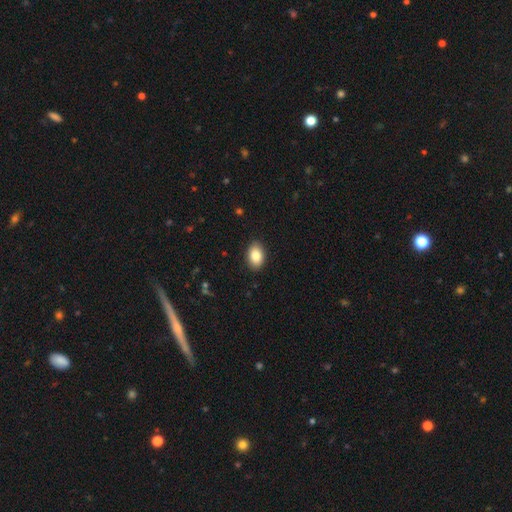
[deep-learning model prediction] smooth-or-featured: smooth: 86% | star or artifact: 7% | featured or disk: 7%
  how-rounded: in between: 87% | round: 11% | cigar-shaped: 1%
  merging: none: 89% | minor disturbance: 8% | major disturbance: 2% | merger: 1%